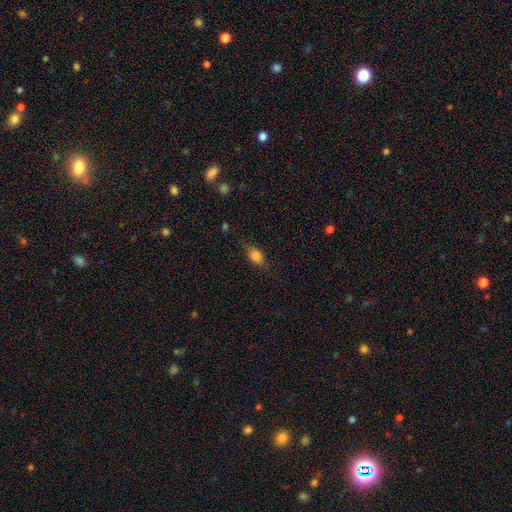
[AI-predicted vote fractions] smooth-or-featured: smooth: 82% | featured or disk: 9% | star or artifact: 9%
  how-rounded: in between: 80% | round: 14% | cigar-shaped: 5%
  merging: none: 73% | minor disturbance: 20% | major disturbance: 5% | merger: 1%